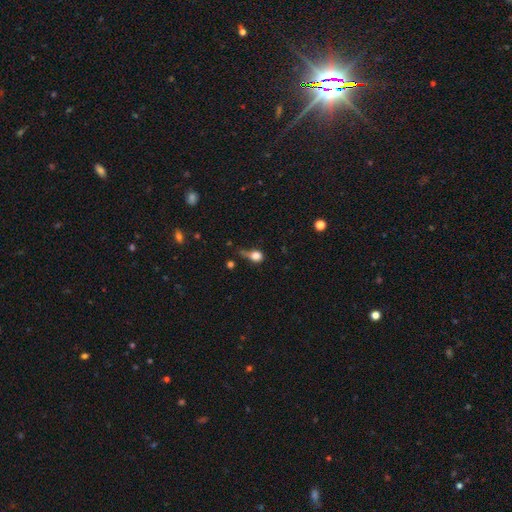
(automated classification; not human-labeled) This appears to be a smooth galaxy with no disk features (77%) that is round (58%). Merging: none (31%).